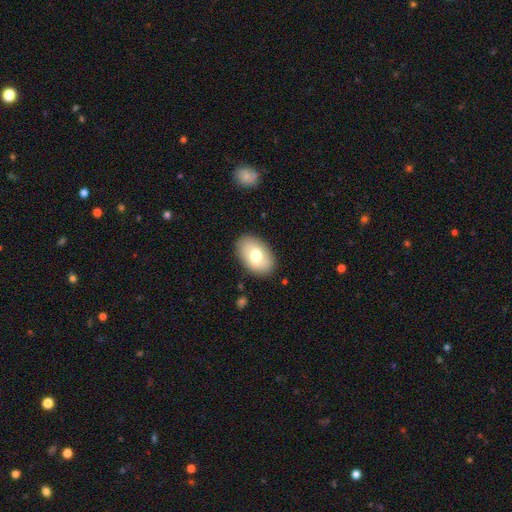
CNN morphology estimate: This appears to be a smooth galaxy with no disk features (71%) that is in between round and cigar-shaped (90%). Merging: none (86%).